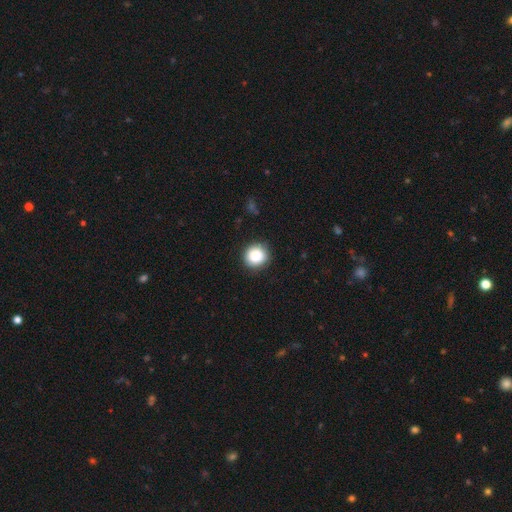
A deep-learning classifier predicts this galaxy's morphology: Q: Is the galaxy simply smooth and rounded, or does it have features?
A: smooth — 86%.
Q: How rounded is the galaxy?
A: round — 92%.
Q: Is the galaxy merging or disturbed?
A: none — 87%.